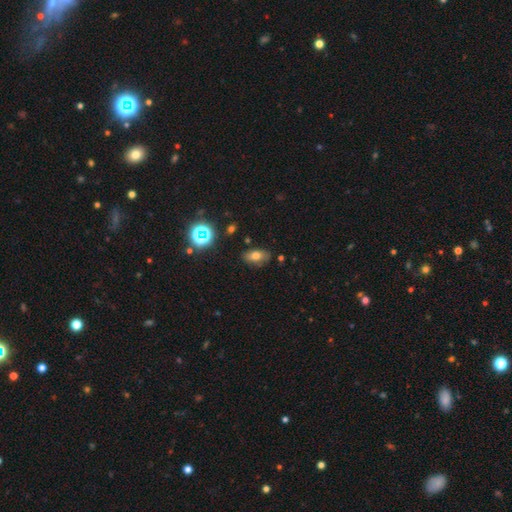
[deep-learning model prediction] This is likely a smooth galaxy (71%). How rounded: clearly in between (86%). Merging: clearly none (83%).